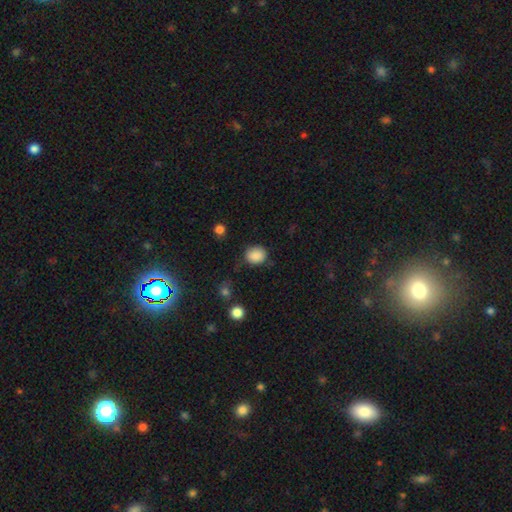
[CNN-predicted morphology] This appears to be a smooth galaxy with no disk features (87%) that is round (69%). Merging: none (73%).